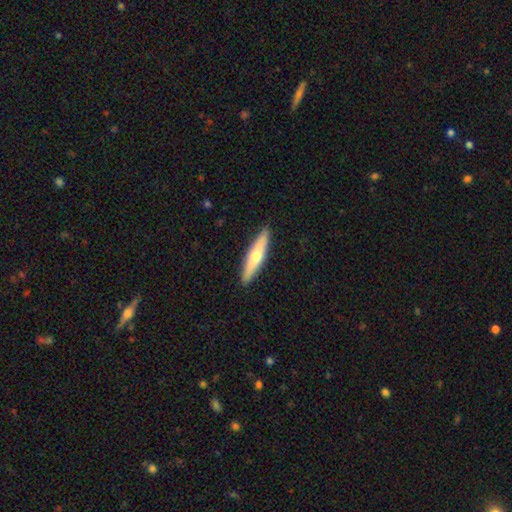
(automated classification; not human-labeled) Morphology: type=smooth (54%); roundness=cigar-shaped (84%); merging=none (91%).